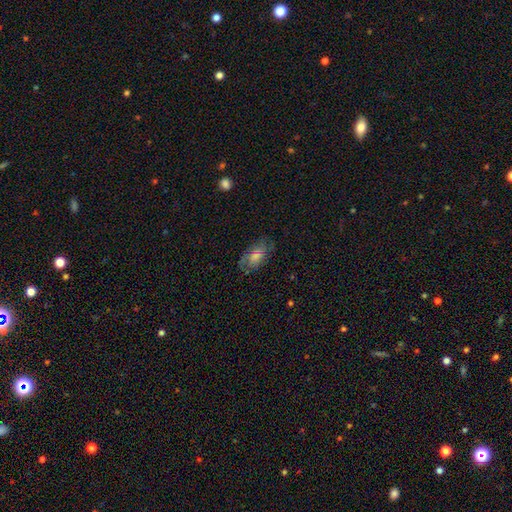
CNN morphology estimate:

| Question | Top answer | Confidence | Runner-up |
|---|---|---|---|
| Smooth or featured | featured or disk | 48% | smooth (38%) |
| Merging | none | 72% | minor disturbance (19%) |